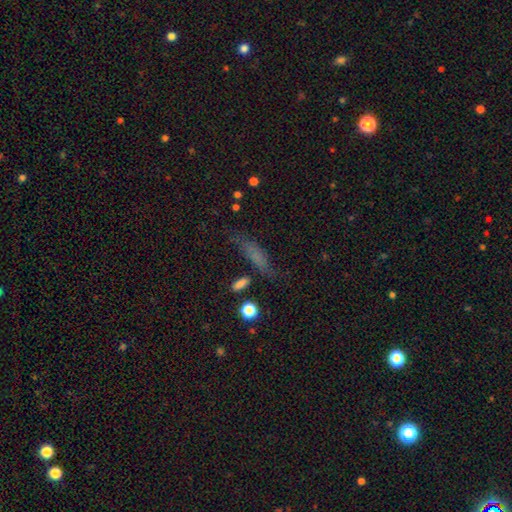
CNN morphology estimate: smooth 59%, featured or disk 25%, star or artifact 16%. Down the decision tree: how rounded — cigar-shaped (64%); merging — none (59%).